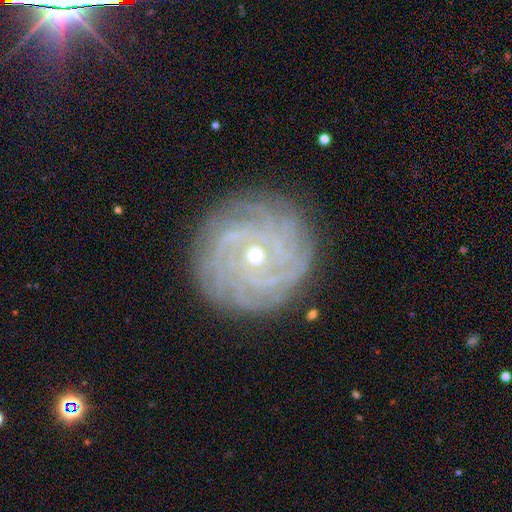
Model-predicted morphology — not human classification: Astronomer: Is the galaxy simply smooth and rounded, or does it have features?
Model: featured or disk — 86%.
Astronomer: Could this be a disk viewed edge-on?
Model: no — 97%.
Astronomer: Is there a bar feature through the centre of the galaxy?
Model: no — 73%.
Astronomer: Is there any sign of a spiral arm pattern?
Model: yes — 96%.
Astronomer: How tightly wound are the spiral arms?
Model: tight — 84%.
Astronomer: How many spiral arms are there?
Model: can't tell — 28% (runner-up: more than 4, 24%).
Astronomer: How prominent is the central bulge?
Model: moderate — 50% (runner-up: small, 46%).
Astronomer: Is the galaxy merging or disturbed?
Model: none — 84%.